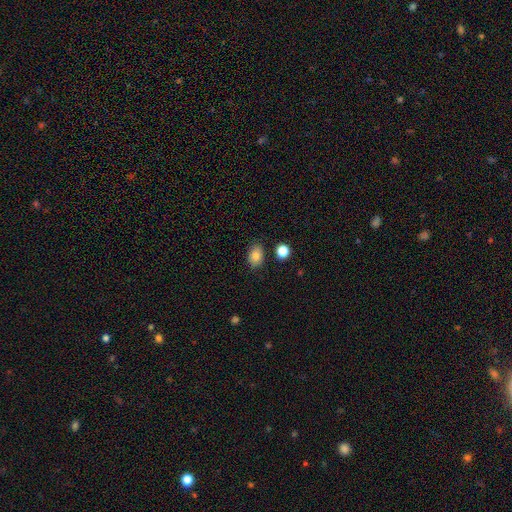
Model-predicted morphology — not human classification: smooth-or-featured: smooth: 84% | star or artifact: 9% | featured or disk: 7%
  how-rounded: in between: 77% | round: 22% | cigar-shaped: 1%
  merging: none: 82% | minor disturbance: 12% | merger: 3% | major disturbance: 3%